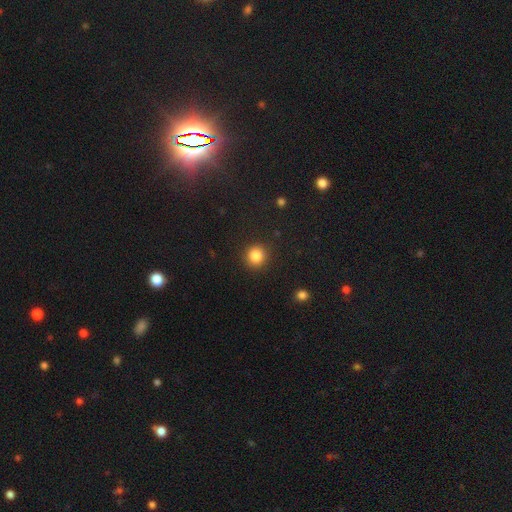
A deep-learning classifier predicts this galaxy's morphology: This is clearly a smooth galaxy (85%). How rounded: clearly round (91%). Merging: clearly none (90%).